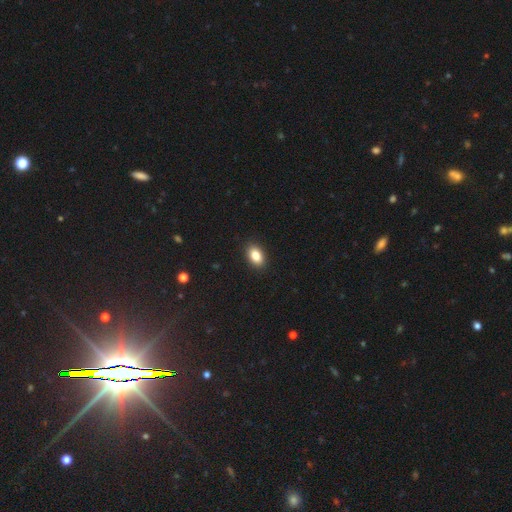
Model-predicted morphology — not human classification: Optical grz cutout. It shows a smooth galaxy with no disk features (84%) that is in between round and cigar-shaped (88%). Merging: none (90%).